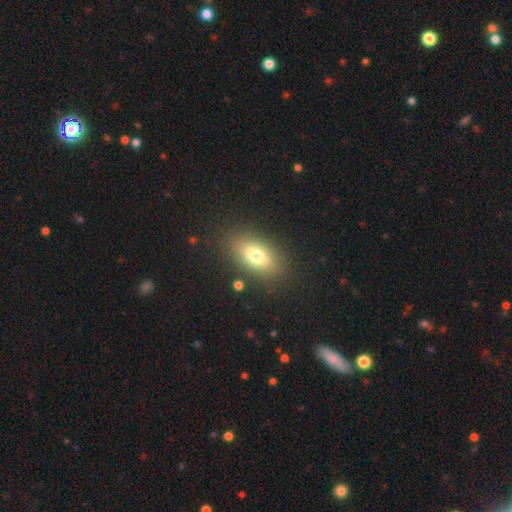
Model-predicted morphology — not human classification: Smooth or featured? Predicted: smooth (p=0.74). How rounded? Predicted: in between (p=0.84). Merging? Predicted: none (p=0.85).